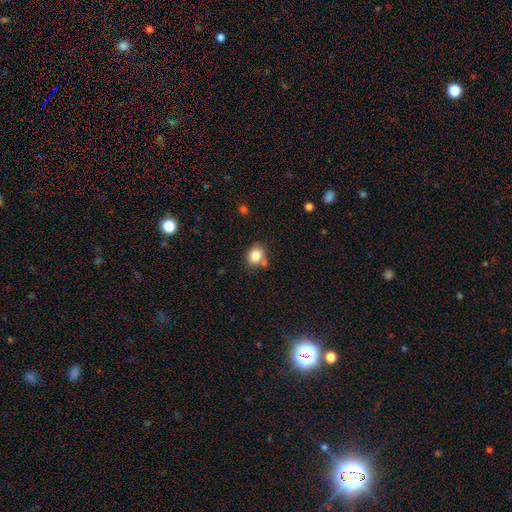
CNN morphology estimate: type=smooth (82%); roundness=round (53%); merging=none (71%).